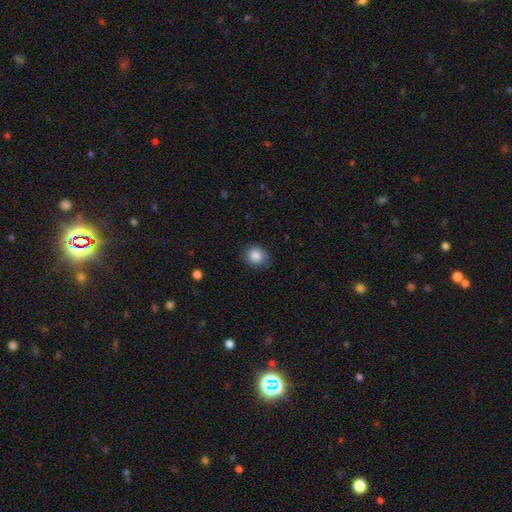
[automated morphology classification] type=smooth (86%); roundness=round (72%); merging=none (83%).